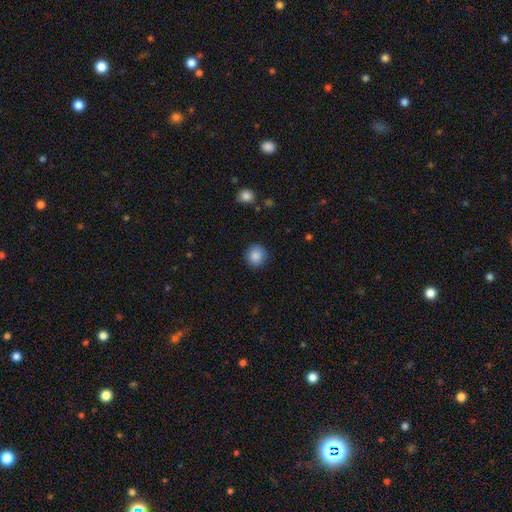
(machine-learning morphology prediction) smooth 88%, star or artifact 9%, featured or disk 4%. Down the decision tree: how rounded — round (88%); merging — none (90%).